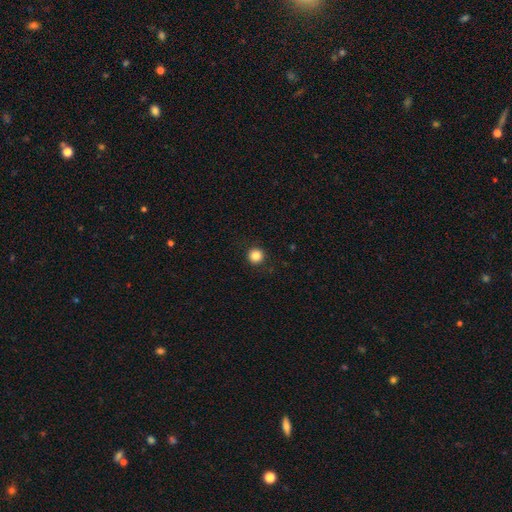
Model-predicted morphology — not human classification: Smooth or featured?
  - smooth: 85% *
  - star or artifact: 11%
  - featured or disk: 4%
How rounded?
  - round: 96% *
  - in between: 3%
  - cigar-shaped: 1%
Merging?
  - none: 91% *
  - minor disturbance: 6%
  - major disturbance: 2%
  - merger: 1%